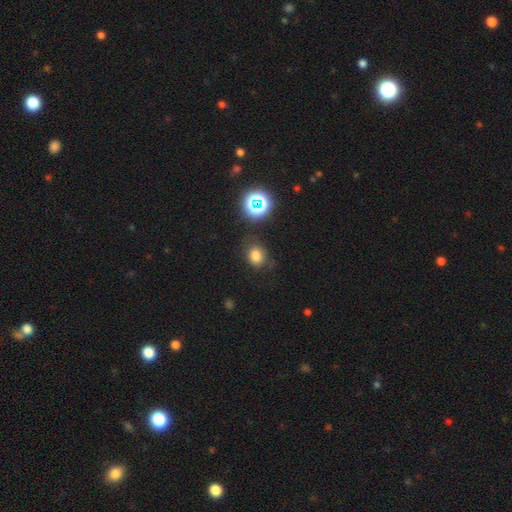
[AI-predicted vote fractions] smooth 75%, star or artifact 19%, featured or disk 7%. Down the decision tree: how rounded — round (65%); merging — none (77%).